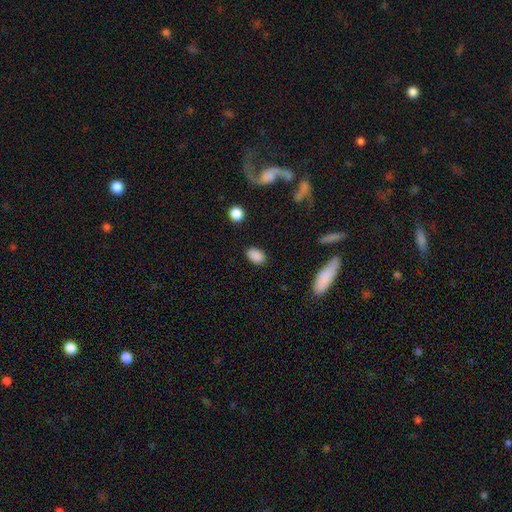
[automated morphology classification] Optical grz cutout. It shows a smooth galaxy with no disk features (87%) that is in between round and cigar-shaped (84%). Merging: none (85%).